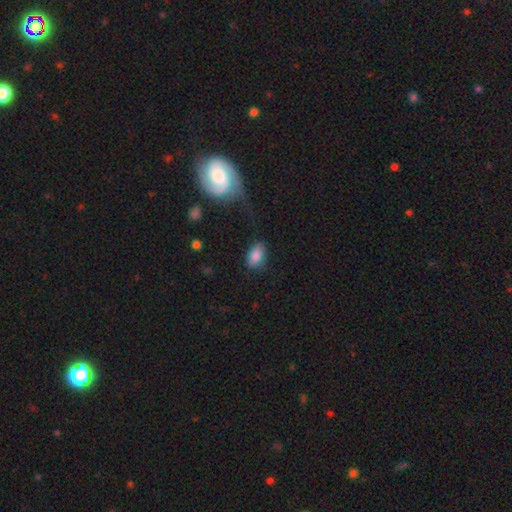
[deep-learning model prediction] A smooth galaxy with no disk features (82%) that is in between round and cigar-shaped (90%). Merging: none (79%).